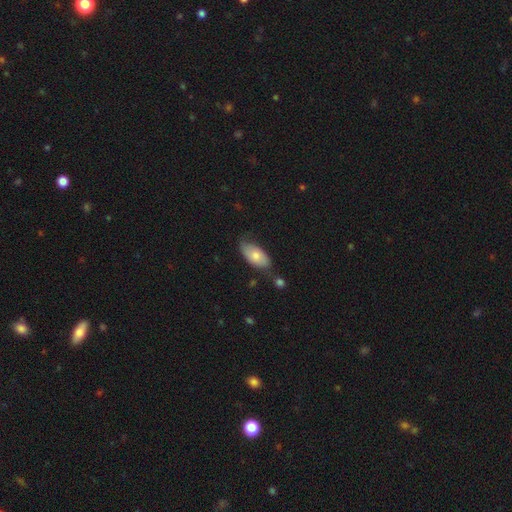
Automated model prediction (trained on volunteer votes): This is likely a smooth galaxy (74%). How rounded: clearly in between (93%). Merging: likely none (61%).